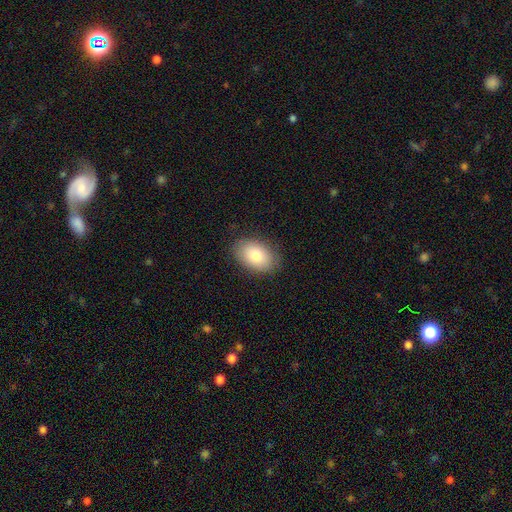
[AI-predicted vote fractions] Smooth or featured? Predicted: smooth (p=0.81). How rounded? Predicted: in between (p=0.87). Merging? Predicted: none (p=0.85).